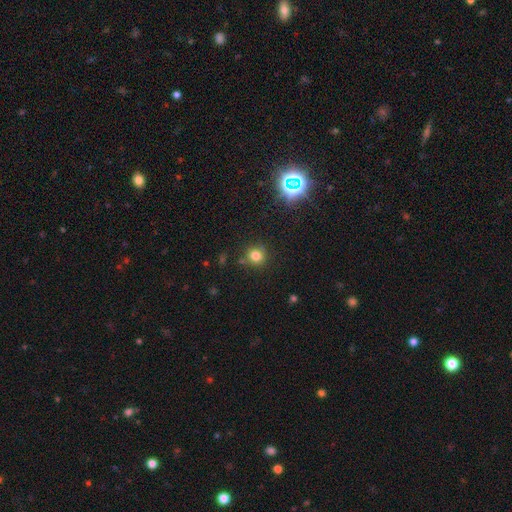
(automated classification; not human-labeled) smooth 77%, star or artifact 17%, featured or disk 6%. Down the decision tree: how rounded — round (89%); merging — none (81%).